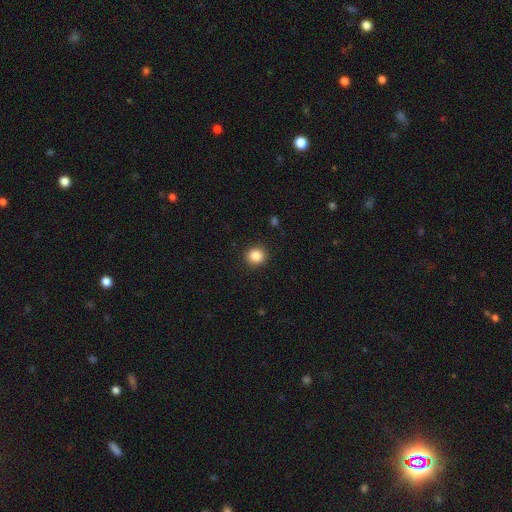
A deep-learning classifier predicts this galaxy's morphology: This is clearly a smooth galaxy (86%). How rounded: clearly round (89%). Merging: clearly none (91%).